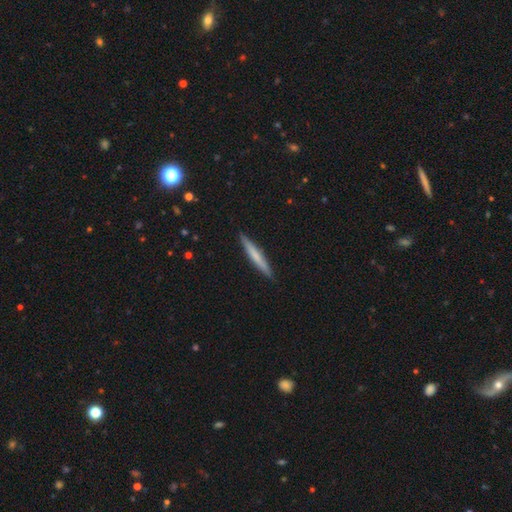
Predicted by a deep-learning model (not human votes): This appears to be a smooth galaxy with no disk features (60%) that is cigar-shaped (96%). Merging: none (91%).